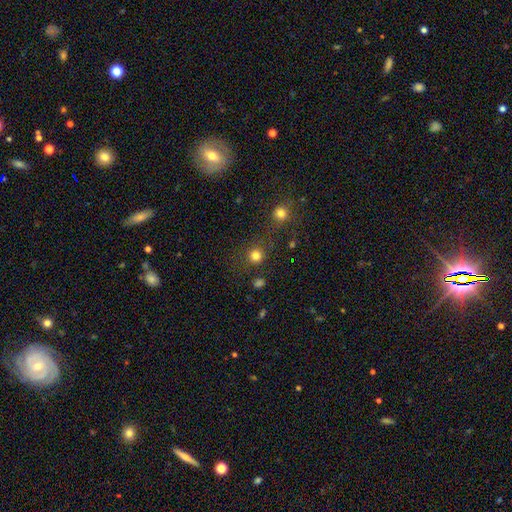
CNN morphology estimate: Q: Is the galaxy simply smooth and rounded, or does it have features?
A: smooth — 79%.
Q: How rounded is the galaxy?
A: round — 93%.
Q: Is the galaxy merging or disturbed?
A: none — 79%.